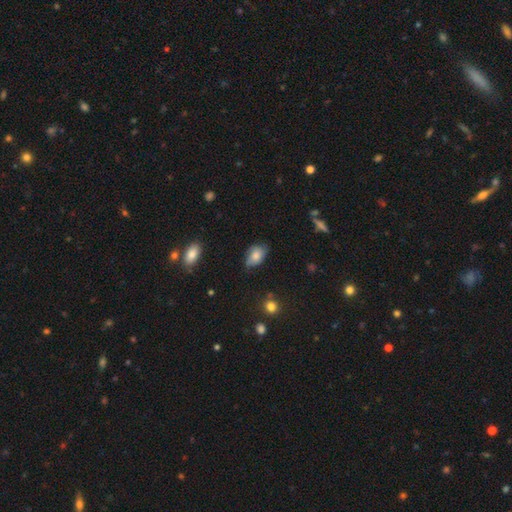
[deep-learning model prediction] Smooth or featured?
  - smooth: 68% *
  - featured or disk: 23%
  - star or artifact: 9%
How rounded?
  - in between: 86% *
  - round: 12%
  - cigar-shaped: 2%
Merging?
  - none: 56% *
  - minor disturbance: 33%
  - major disturbance: 9%
  - merger: 2%